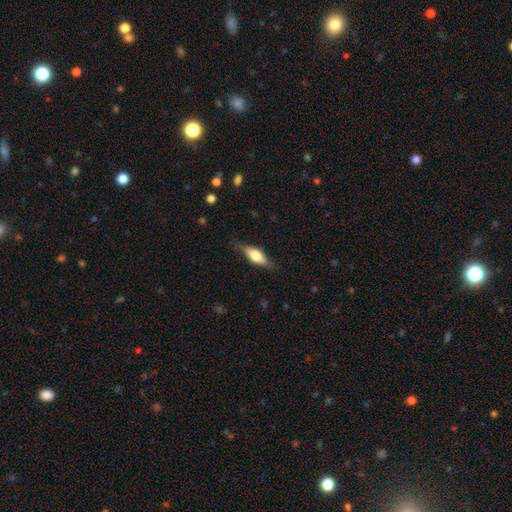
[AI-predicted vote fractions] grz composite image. It shows a smooth galaxy with no disk features (50%). Merging: none (79%).